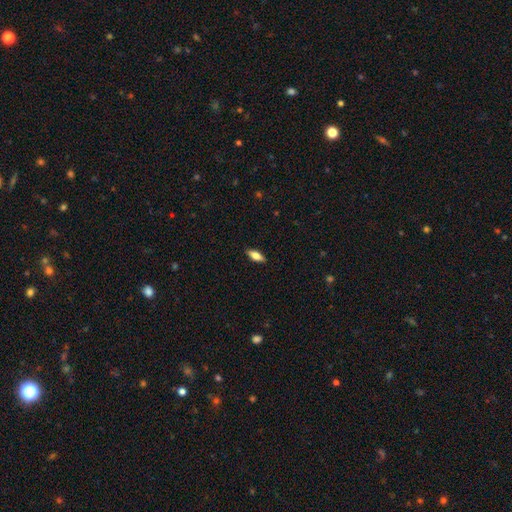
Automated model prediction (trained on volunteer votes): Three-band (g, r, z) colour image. It shows a smooth galaxy with no disk features (70%) that is in between round and cigar-shaped (70%). Merging: none (89%).